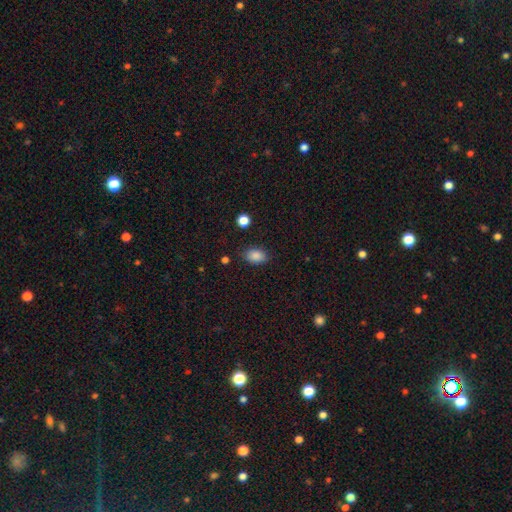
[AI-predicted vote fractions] A smooth galaxy with no disk features (87%) that is in between round and cigar-shaped (84%). Merging: none (82%).